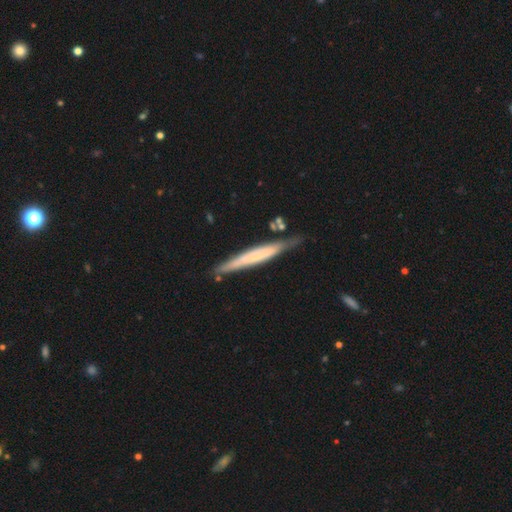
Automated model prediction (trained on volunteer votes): A featured or disk galaxy (49%).

Vote fractions:
- Smooth or featured? featured or disk: 49% / smooth: 46% / star or artifact: 6%
- Merging? none: 74% / minor disturbance: 18% / merger: 4% / major disturbance: 3%